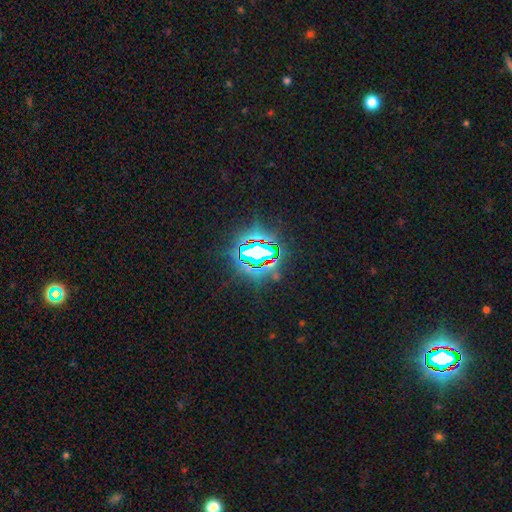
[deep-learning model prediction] A star or artifact, not a galaxy (79%).